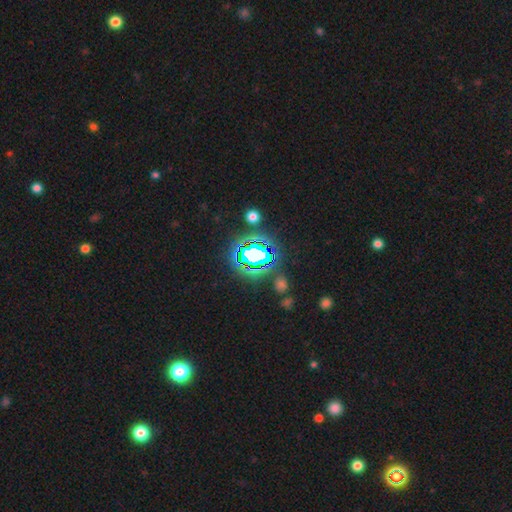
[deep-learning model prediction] Morphology: type=star or artifact (67%).